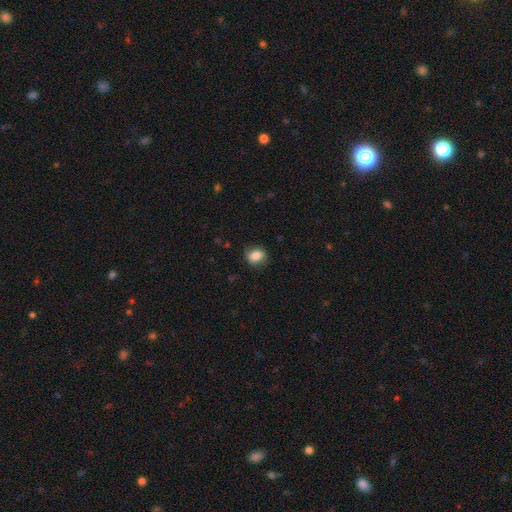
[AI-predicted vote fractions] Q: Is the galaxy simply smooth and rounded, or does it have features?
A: smooth — 82%.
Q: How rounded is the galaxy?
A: round — 52%.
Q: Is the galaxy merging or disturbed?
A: none — 76%.